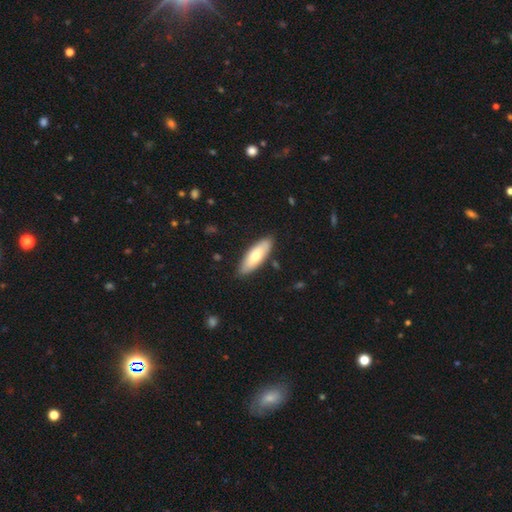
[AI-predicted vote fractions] smooth_or_featured: smooth (p=0.67) [alt: featured or disk p=0.28]
how_rounded: in between (p=0.64) [alt: cigar-shaped p=0.35]
merging: none (p=0.86) [alt: minor disturbance p=0.10]